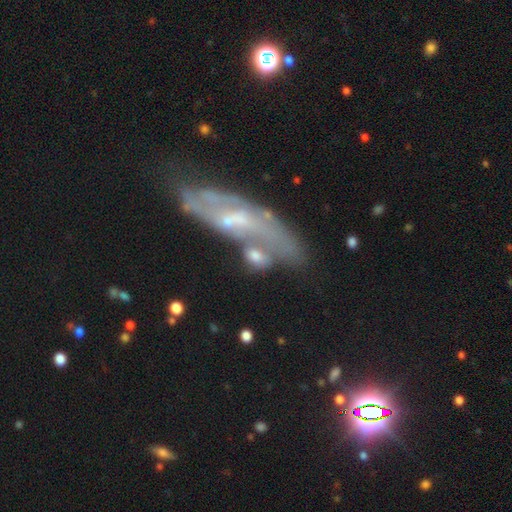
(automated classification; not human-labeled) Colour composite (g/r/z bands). It shows a featured or disk galaxy (45%). Merging: none (37%).